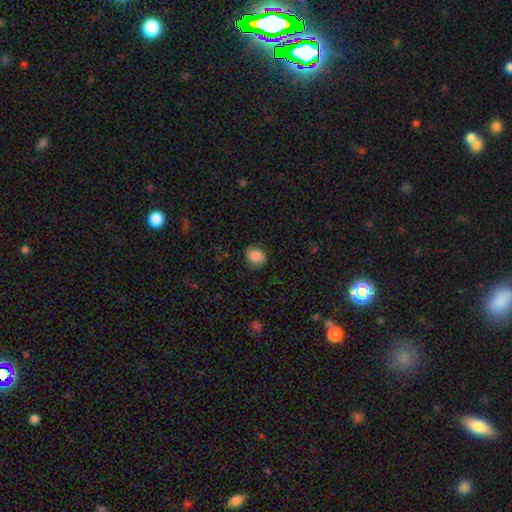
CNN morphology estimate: type=smooth (77%); roundness=round (74%); merging=none (79%).